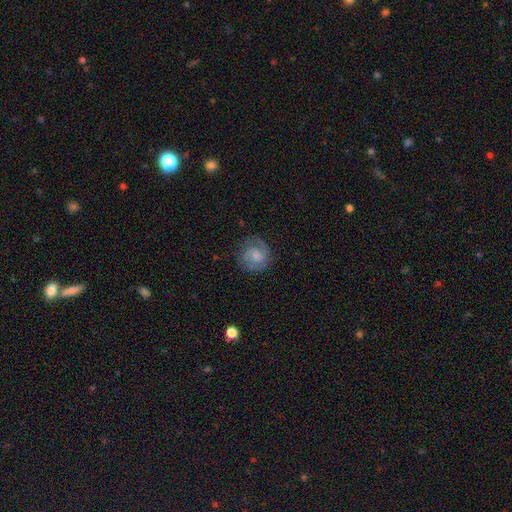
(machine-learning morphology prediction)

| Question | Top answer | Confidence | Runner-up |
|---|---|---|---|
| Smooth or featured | featured or disk | 65% | smooth (28%) |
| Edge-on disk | no | 98% | yes (2%) |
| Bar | no | 50% | weak (44%) |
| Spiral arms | yes | 93% | no (7%) |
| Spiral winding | medium | 44% | tight (43%) |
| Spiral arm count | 2 | 79% | can't tell (9%) |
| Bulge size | moderate | 40% | small (35%) |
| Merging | none | 77% | minor disturbance (16%) |